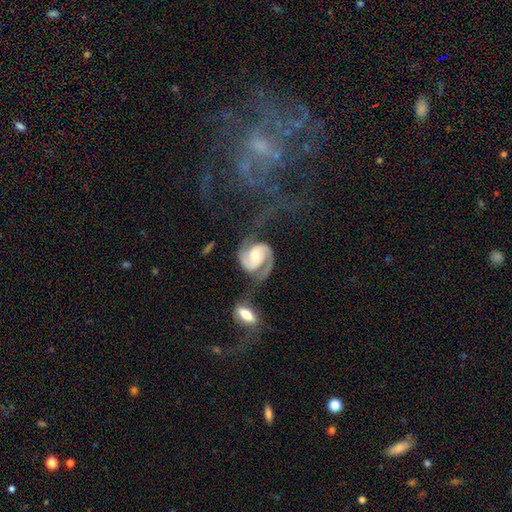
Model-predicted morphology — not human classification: This appears to be a featured or disk galaxy (91%) with no bar (42%), 2 (93%) medium (53%) spiral arms (98%) and a moderate central bulge (64%). Merging: none (52%).